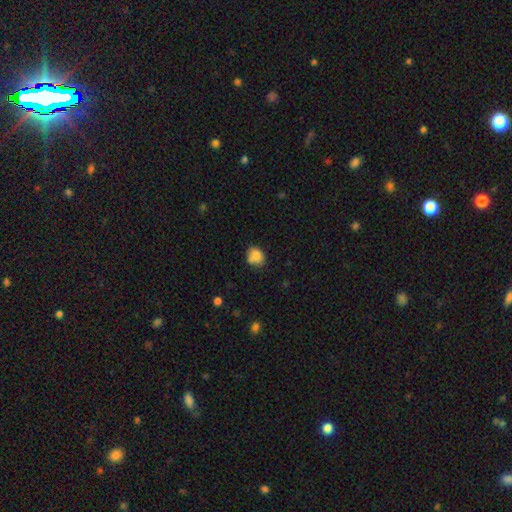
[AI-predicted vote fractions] A smooth galaxy with no disk features (80%) that is round (60%).

Vote fractions:
- Smooth or featured? smooth: 80% / featured or disk: 10% / star or artifact: 10%
- How rounded? round: 60% / in between: 39% / cigar-shaped: 1%
- Merging? none: 56% / minor disturbance: 23% / merger: 15% / major disturbance: 6%